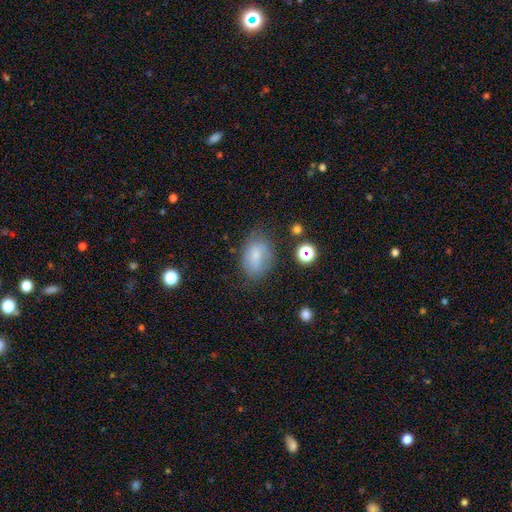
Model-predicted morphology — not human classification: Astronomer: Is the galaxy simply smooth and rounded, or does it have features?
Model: smooth — 72%.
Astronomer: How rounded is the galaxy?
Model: in between — 81%.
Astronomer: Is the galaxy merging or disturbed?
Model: none — 63%.